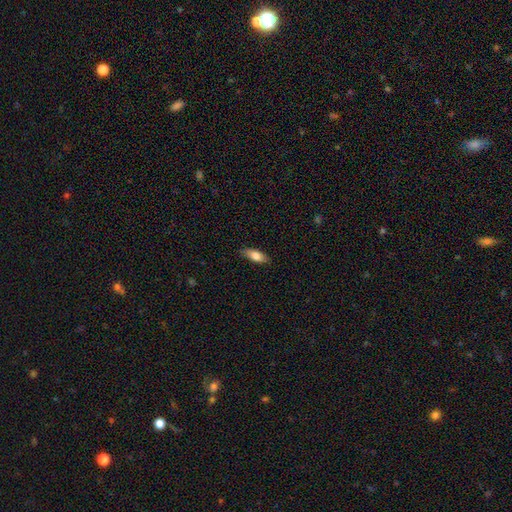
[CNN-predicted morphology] The model was most divided on "how rounded": in between: 72%, cigar-shaped: 26%, round: 2%. More confident: merging — none (84%); smooth or featured — smooth (80%).